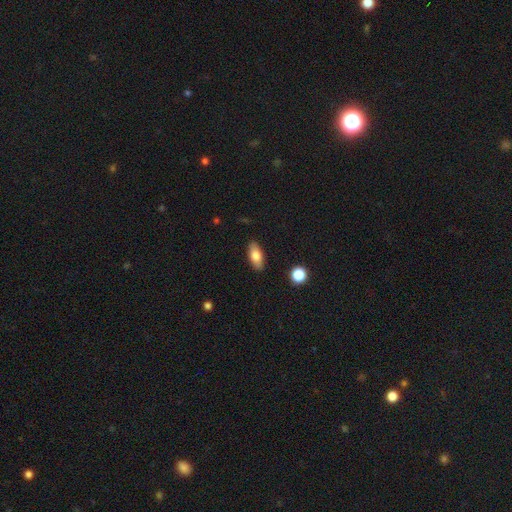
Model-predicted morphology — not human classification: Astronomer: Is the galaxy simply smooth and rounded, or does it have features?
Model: smooth — 77%.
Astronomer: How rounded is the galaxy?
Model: in between — 84%.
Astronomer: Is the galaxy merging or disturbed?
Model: none — 88%.